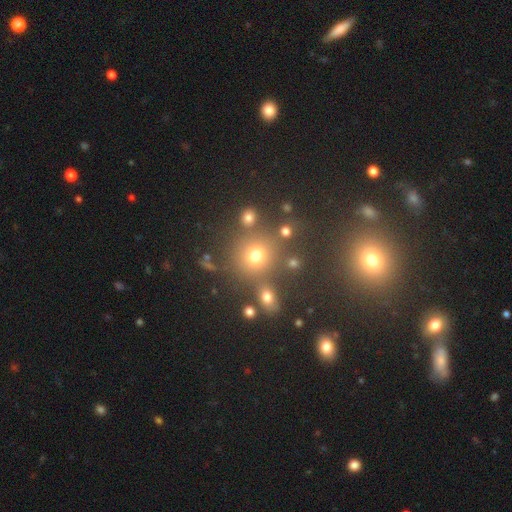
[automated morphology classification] Smooth or featured? smooth (71%)
How rounded? round (85%)
Merging? none (69%)